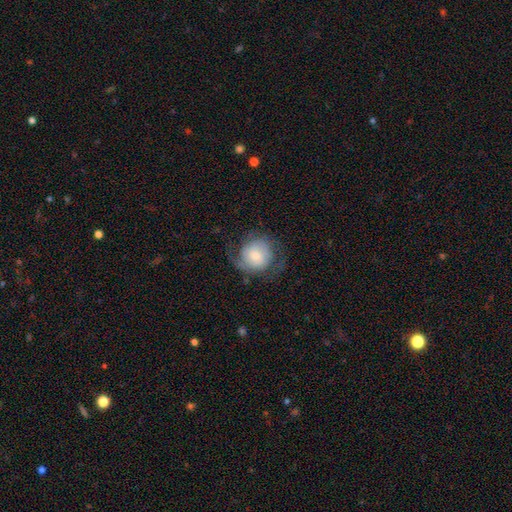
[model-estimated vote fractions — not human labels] Q: Smooth or featured?
A: featured or disk (66%); runner-up: smooth (27%)
Q: Edge-on disk?
A: no (98%); runner-up: yes (2%)
Q: Bar?
A: no (64%); runner-up: weak (30%)
Q: Spiral arms?
A: yes (92%); runner-up: no (8%)
Q: Spiral winding?
A: medium (42%); runner-up: tight (34%)
Q: Spiral arm count?
A: 2 (74%); runner-up: can't tell (12%)
Q: Bulge size?
A: small (48%); runner-up: moderate (34%)
Q: Merging?
A: none (64%); runner-up: minor disturbance (19%)